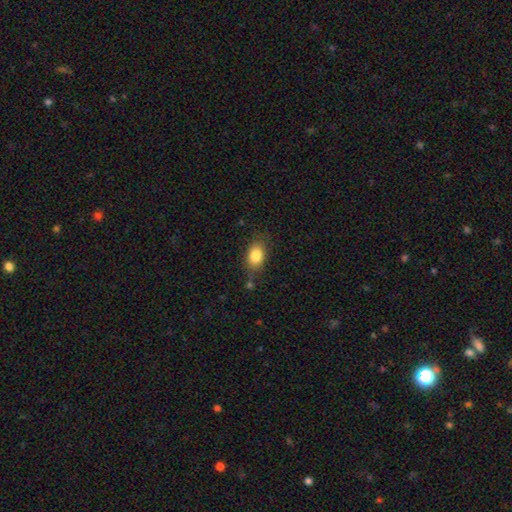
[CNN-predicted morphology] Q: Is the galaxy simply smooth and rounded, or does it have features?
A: smooth — 83%.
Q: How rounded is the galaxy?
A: in between — 79%.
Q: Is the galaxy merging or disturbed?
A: none — 73%.